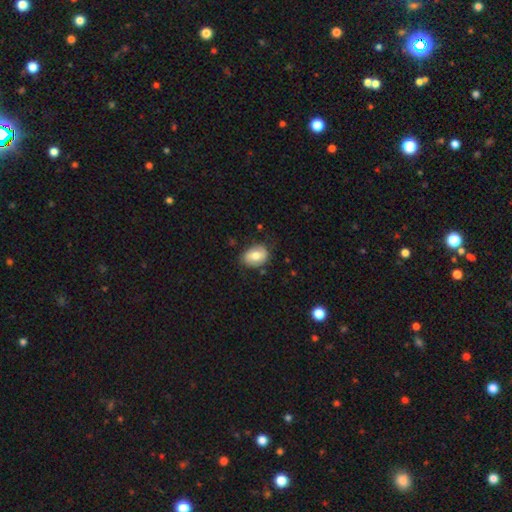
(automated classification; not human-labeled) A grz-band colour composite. It shows a smooth galaxy with no disk features (69%) that is in between round and cigar-shaped (73%). Merging: none (74%).